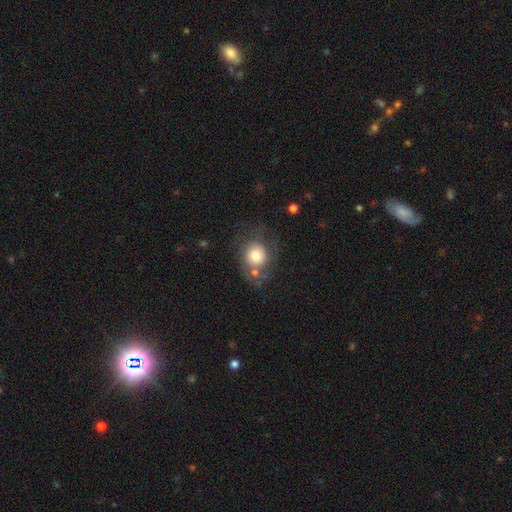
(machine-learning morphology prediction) Smooth or featured? smooth (58%)
How rounded? round (73%)
Merging? none (52%)